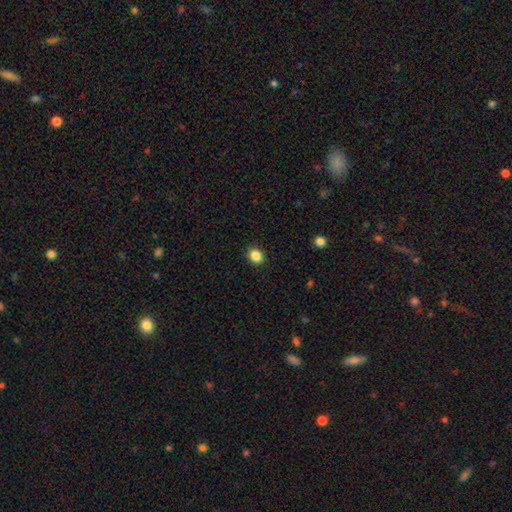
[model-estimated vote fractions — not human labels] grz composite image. It shows a smooth galaxy with no disk features (86%) that is round (63%). Merging: none (90%).